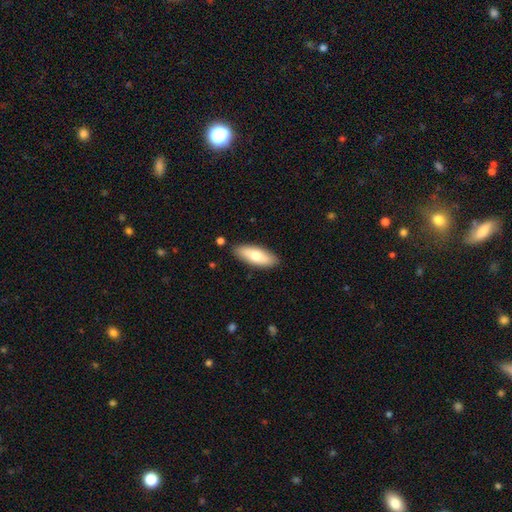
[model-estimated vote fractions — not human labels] This appears to be a smooth galaxy with no disk features (71%) that is in between round and cigar-shaped (70%). Merging: none (86%).